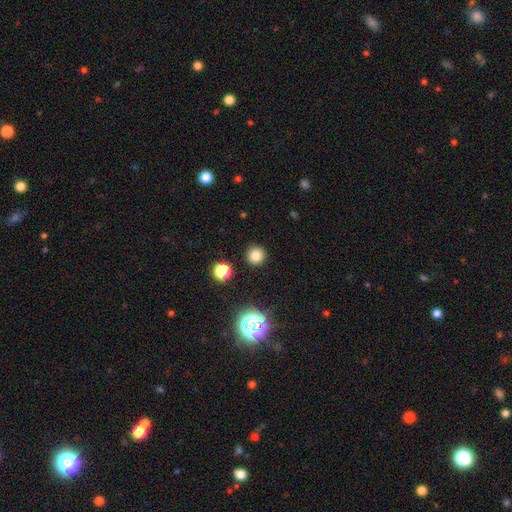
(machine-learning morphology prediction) A smooth galaxy with no disk features (79%) that is round (94%). Merging: none (90%).